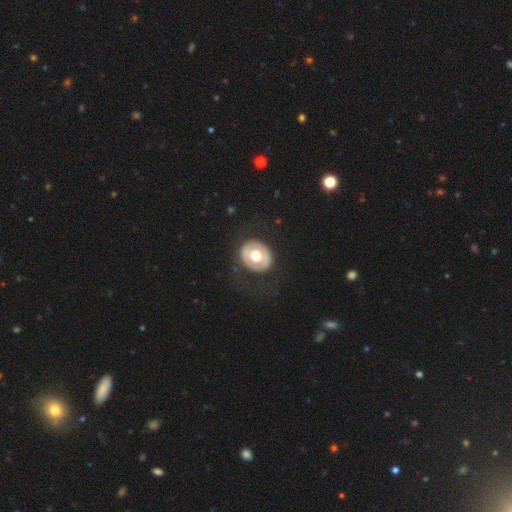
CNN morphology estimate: smooth 49%, featured or disk 45%, star or artifact 6%. Down the decision tree: merging — none (79%).